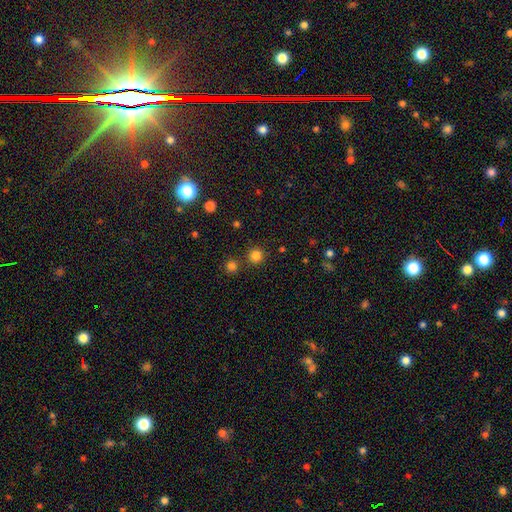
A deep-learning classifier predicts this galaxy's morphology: The model was most divided on "smooth or featured": smooth: 80%, star or artifact: 16%, featured or disk: 4%. More confident: how rounded — round (95%); merging — none (84%).